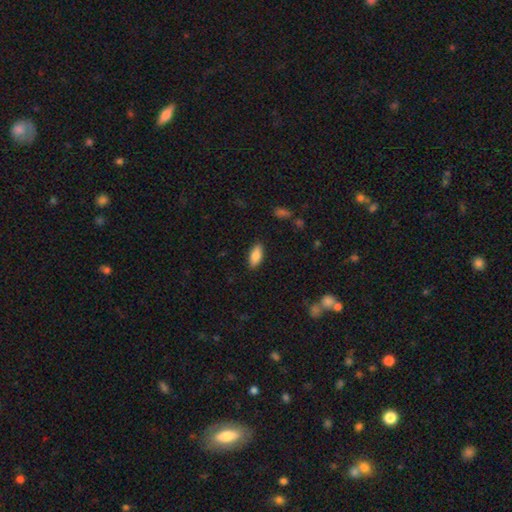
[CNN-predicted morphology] Smooth or featured?
  - smooth: 86% *
  - featured or disk: 7%
  - star or artifact: 7%
How rounded?
  - in between: 85% *
  - cigar-shaped: 13%
  - round: 2%
Merging?
  - none: 87% *
  - minor disturbance: 10%
  - major disturbance: 2%
  - merger: 1%